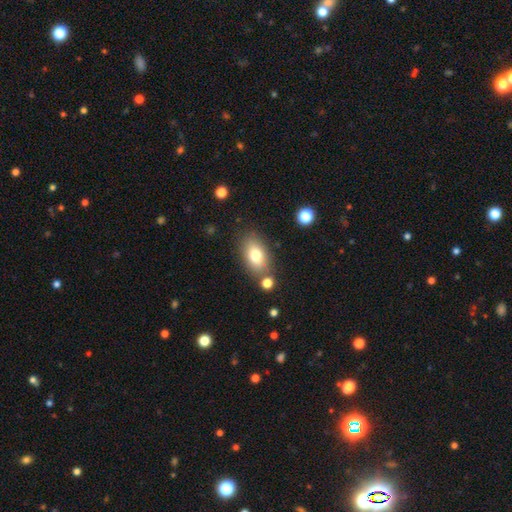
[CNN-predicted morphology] The model was most divided on "smooth or featured": smooth: 76%, featured or disk: 15%, star or artifact: 9%. More confident: how rounded — in between (88%); merging — none (75%).